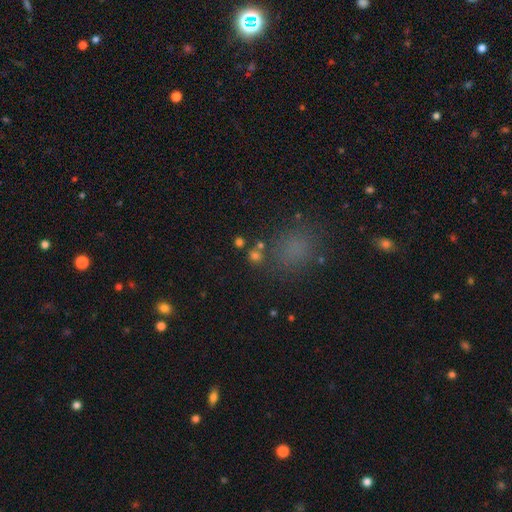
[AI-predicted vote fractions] A smooth galaxy with no disk features (61%) that is round (71%).

Vote fractions:
- Smooth or featured? smooth: 61% / star or artifact: 29% / featured or disk: 10%
- How rounded? round: 71% / in between: 27% / cigar-shaped: 2%
- Merging? none: 70% / minor disturbance: 13% / merger: 10% / major disturbance: 7%